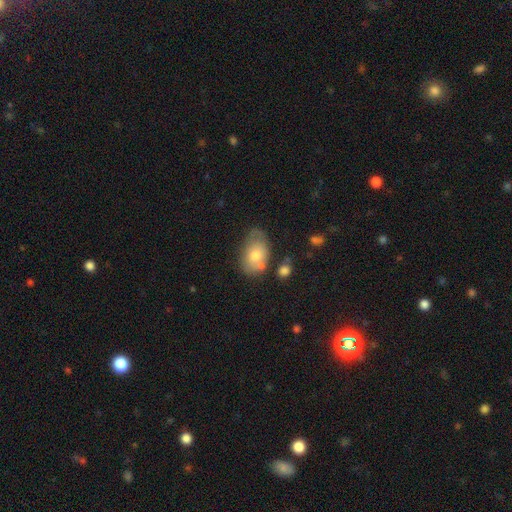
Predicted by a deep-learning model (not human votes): Q: Smooth or featured?
A: smooth (70%); runner-up: featured or disk (22%)
Q: How rounded?
A: in between (86%); runner-up: round (13%)
Q: Merging?
A: none (52%); runner-up: minor disturbance (28%)